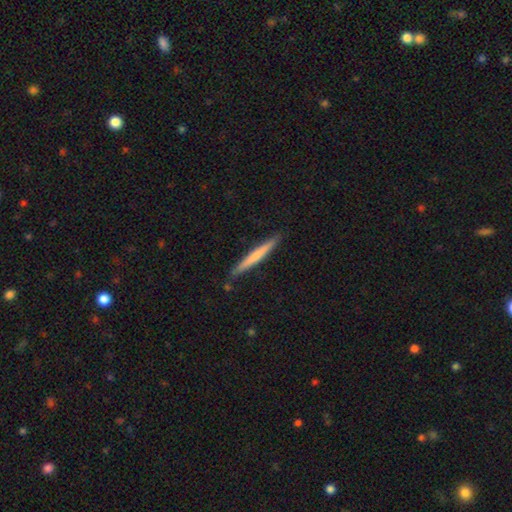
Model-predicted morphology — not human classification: smooth-or-featured: smooth: 59% | featured or disk: 36% | star or artifact: 5%
  how-rounded: cigar-shaped: 97% | in between: 2% | round: 1%
  merging: none: 88% | minor disturbance: 9% | merger: 2% | major disturbance: 2%